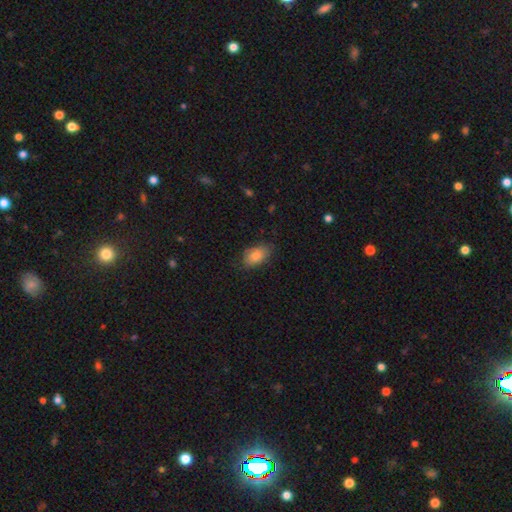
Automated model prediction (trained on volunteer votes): Smooth or featured: smooth — 83% (featured or disk — 9%)
How rounded: in between — 90% (round — 9%)
Merging: none — 78% (minor disturbance — 18%)